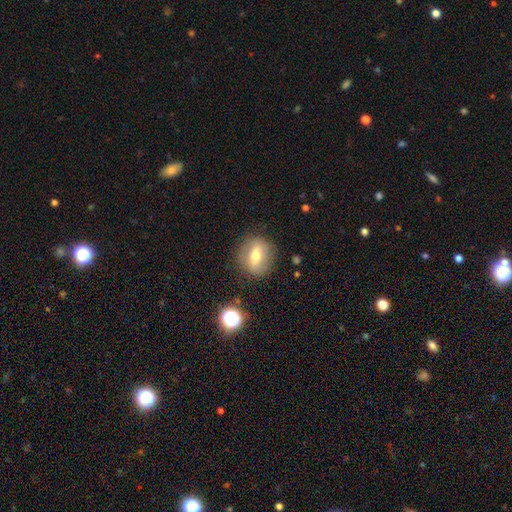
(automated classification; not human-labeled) Morphology: type=smooth (55%); roundness=round (71%); merging=none (81%).